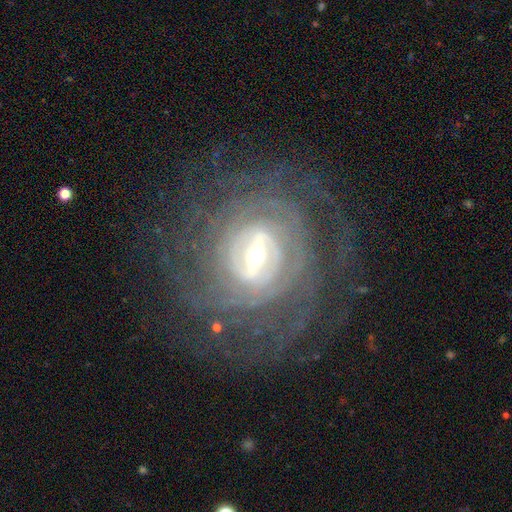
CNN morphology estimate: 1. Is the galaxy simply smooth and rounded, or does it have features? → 89% featured or disk, 6% star or artifact, 5% smooth.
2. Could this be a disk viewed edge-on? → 95% no, 5% yes.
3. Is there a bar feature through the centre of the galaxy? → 58% strong, 33% weak, 9% no.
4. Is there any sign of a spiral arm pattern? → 95% yes, 5% no.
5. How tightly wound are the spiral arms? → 80% tight, 15% medium, 4% loose.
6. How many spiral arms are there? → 37% can't tell, 20% more than 4, 16% 4, 11% 2, 9% 3, 7% 1.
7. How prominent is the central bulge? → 48% small, 44% moderate, 6% large, 1% dominant, 1% none.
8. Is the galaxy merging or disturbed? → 79% none, 12% minor disturbance, 8% major disturbance, 1% merger.